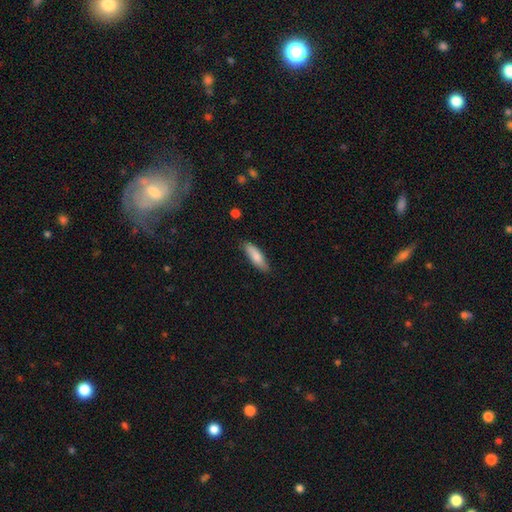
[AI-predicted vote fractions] Q: Smooth or featured?
A: smooth (81%); runner-up: featured or disk (13%)
Q: How rounded?
A: cigar-shaped (55%); runner-up: in between (44%)
Q: Merging?
A: none (81%); runner-up: minor disturbance (15%)